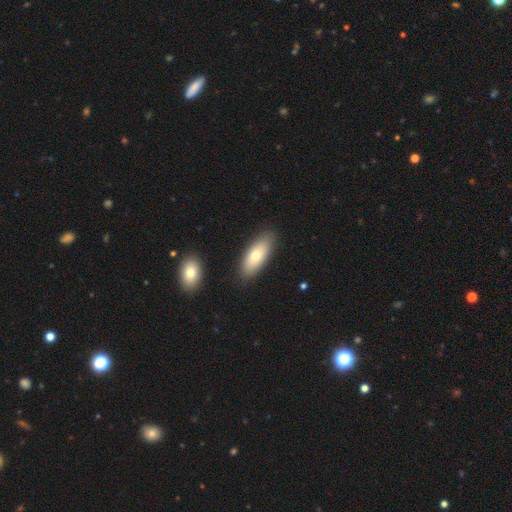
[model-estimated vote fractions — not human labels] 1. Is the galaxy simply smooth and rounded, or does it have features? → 70% smooth, 23% featured or disk, 7% star or artifact.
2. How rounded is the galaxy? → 78% in between, 19% cigar-shaped, 3% round.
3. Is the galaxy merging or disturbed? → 87% none, 9% minor disturbance, 2% merger, 2% major disturbance.